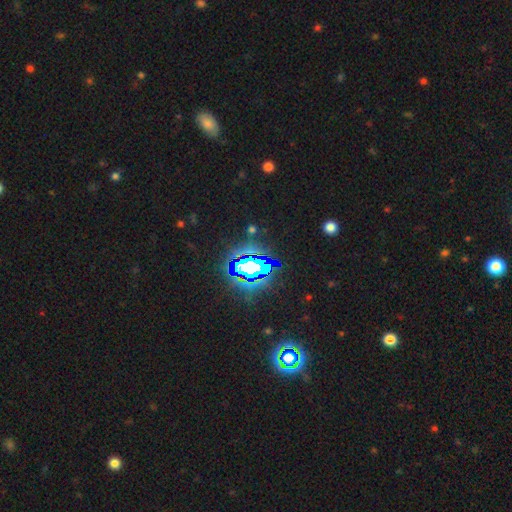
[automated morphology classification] star or artifact 77%, smooth 13%, featured or disk 10%.